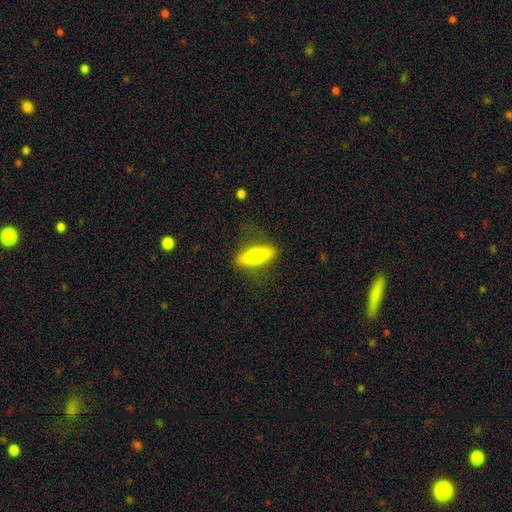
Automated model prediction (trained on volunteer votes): Q: Smooth or featured?
A: smooth (59%); runner-up: featured or disk (35%)
Q: How rounded?
A: cigar-shaped (64%); runner-up: in between (34%)
Q: Merging?
A: none (83%); runner-up: minor disturbance (12%)